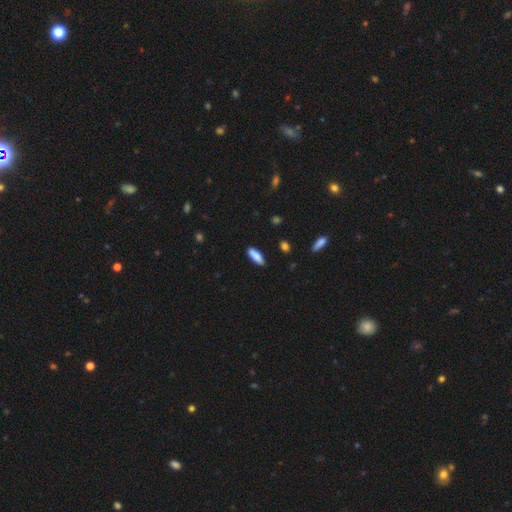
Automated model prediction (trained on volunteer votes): Q: Smooth or featured?
A: smooth (85%); runner-up: featured or disk (9%)
Q: How rounded?
A: in between (59%); runner-up: cigar-shaped (39%)
Q: Merging?
A: none (84%); runner-up: minor disturbance (12%)